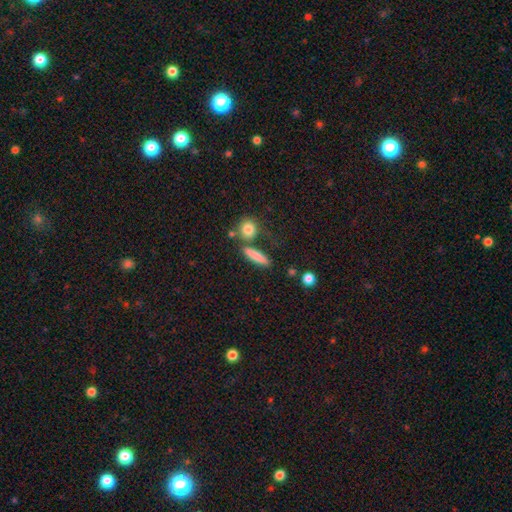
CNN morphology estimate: Smooth or featured? smooth (80%)
How rounded? cigar-shaped (74%)
Merging? none (76%)